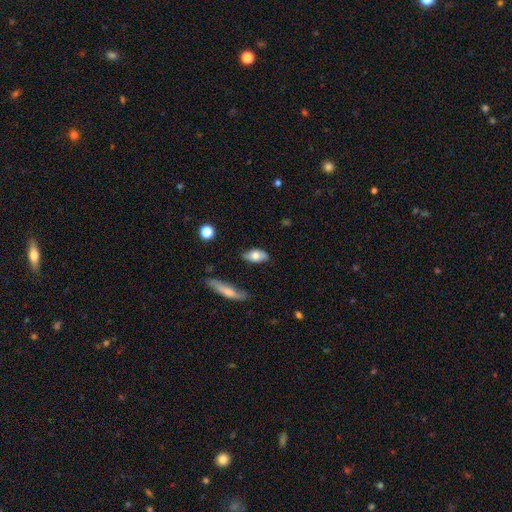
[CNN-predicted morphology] Overall: smooth (71%). How rounded: in between (86%). Merging: none (76%).